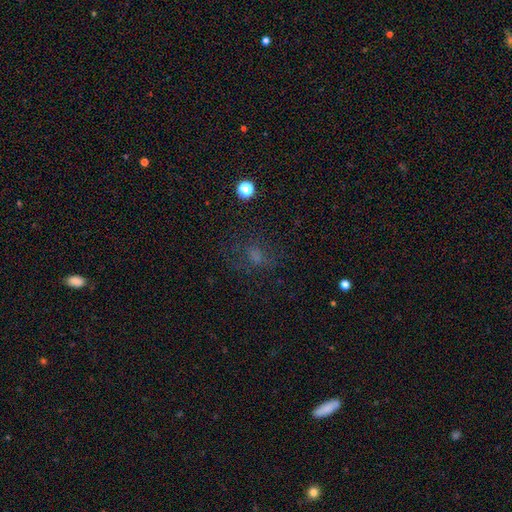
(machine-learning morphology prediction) Overall: smooth (48%; star or artifact 29%). Merging: none (59%; major disturbance 21%).